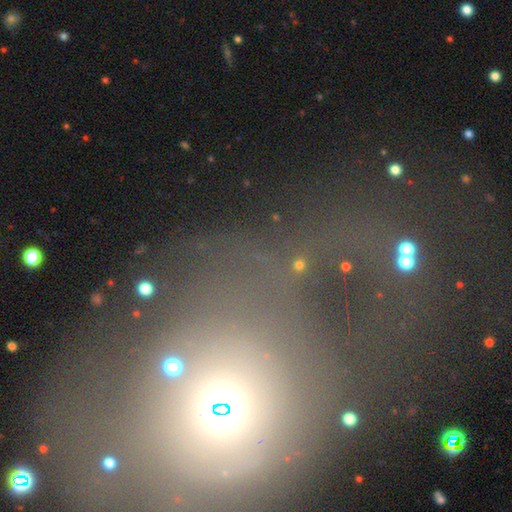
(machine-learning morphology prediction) Smooth or featured: star or artifact — 40% (smooth — 36%)